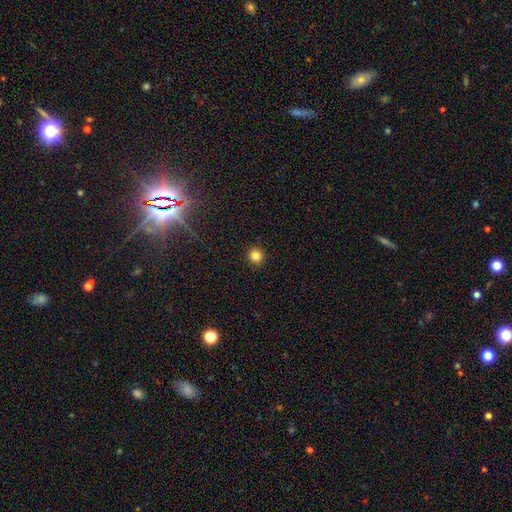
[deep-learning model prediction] smooth_or_featured: smooth (p=0.83) [alt: star or artifact p=0.12]
how_rounded: round (p=0.94) [alt: in between p=0.05]
merging: none (p=0.93) [alt: minor disturbance p=0.04]